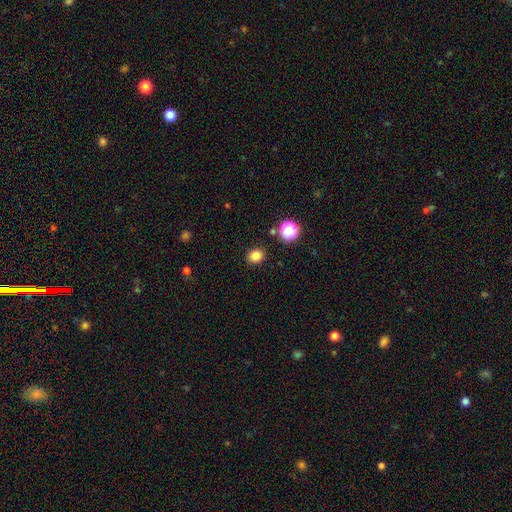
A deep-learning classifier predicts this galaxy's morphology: Smooth or featured? smooth (83%)
How rounded? round (75%)
Merging? none (89%)